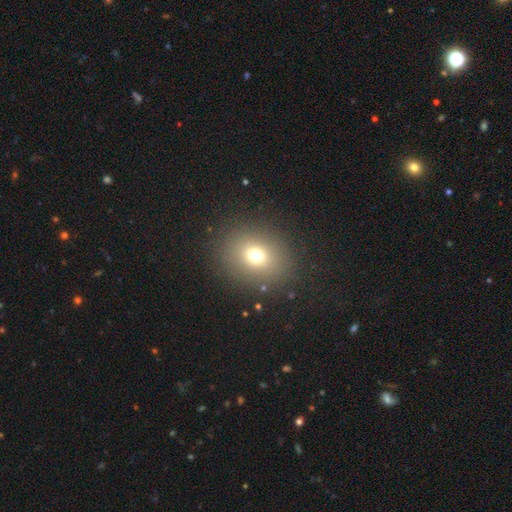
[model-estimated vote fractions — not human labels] Overall: smooth (71%). How rounded: round (72%). Merging: none (87%).